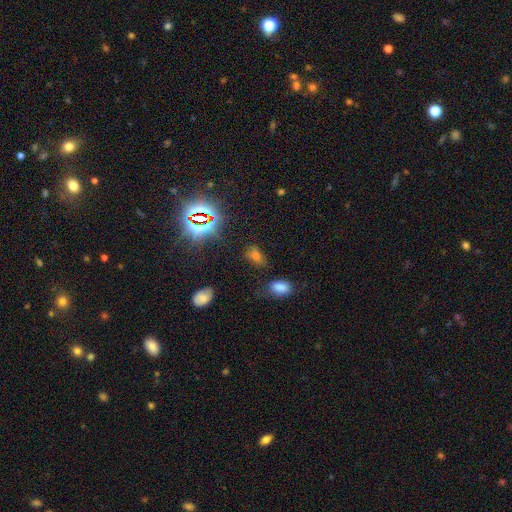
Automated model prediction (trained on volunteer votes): A smooth galaxy with no disk features (47%).

Vote fractions:
- Smooth or featured? smooth: 47% / star or artifact: 41% / featured or disk: 12%
- Merging? none: 72% / minor disturbance: 16% / major disturbance: 7% / merger: 5%